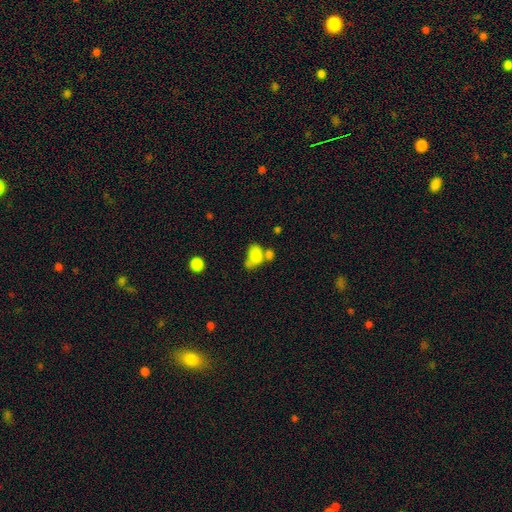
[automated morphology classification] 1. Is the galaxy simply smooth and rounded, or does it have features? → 78% smooth, 12% featured or disk, 10% star or artifact.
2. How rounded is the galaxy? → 82% in between, 16% round, 2% cigar-shaped.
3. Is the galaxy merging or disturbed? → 40% merger, 27% none, 19% minor disturbance, 14% major disturbance.